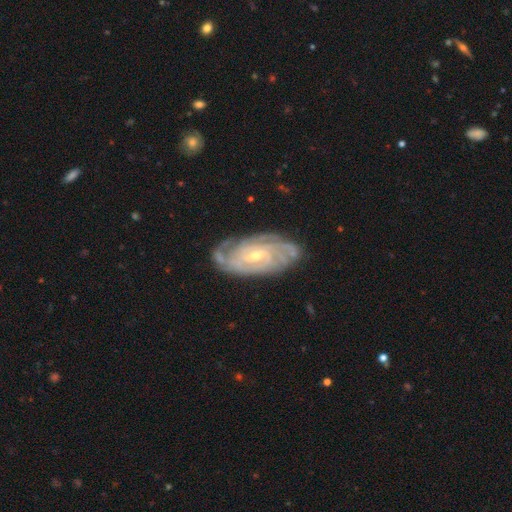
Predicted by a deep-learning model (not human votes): This appears to be a featured or disk galaxy (88%) with a weak bar (44%), tight (76%) spiral arms (97%) and a small central bulge (64%). Merging: none (76%).